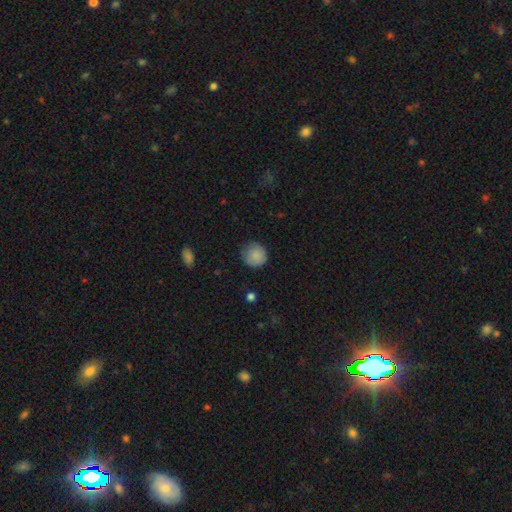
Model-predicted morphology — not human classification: Smooth or featured? Predicted: smooth (p=0.85). How rounded? Predicted: round (p=0.93). Merging? Predicted: none (p=0.80).